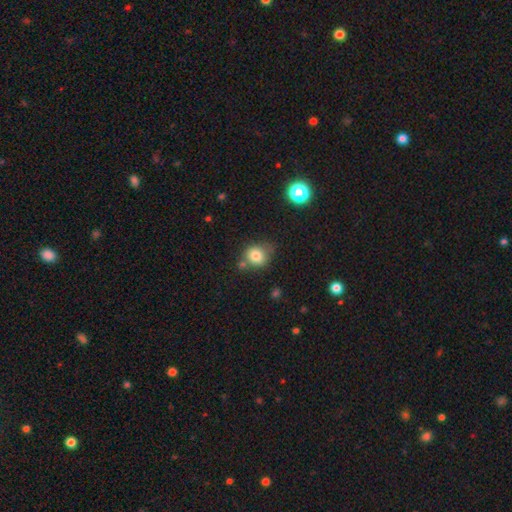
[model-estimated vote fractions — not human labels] Q: Smooth or featured?
A: smooth (79%); runner-up: star or artifact (12%)
Q: How rounded?
A: round (72%); runner-up: in between (27%)
Q: Merging?
A: none (59%); runner-up: minor disturbance (22%)